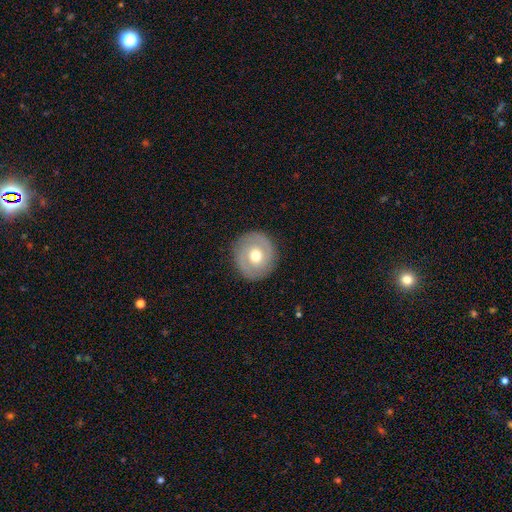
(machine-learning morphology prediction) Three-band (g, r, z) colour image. It shows a featured or disk galaxy (55%) with no bar (72%), spiral arms (60%) and a moderate central bulge (75%). Merging: none (88%).